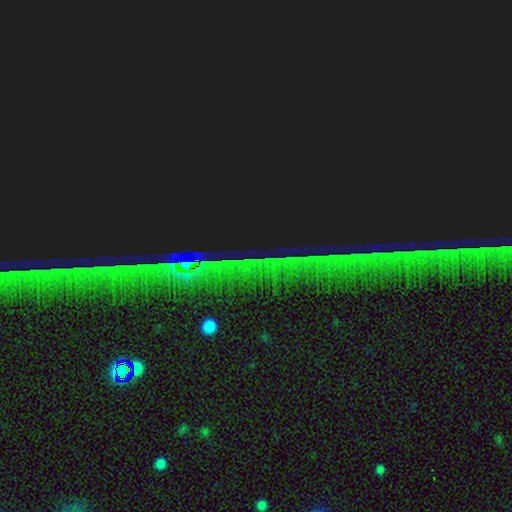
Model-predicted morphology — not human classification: Smooth or featured: star or artifact — 86% (featured or disk — 8%)